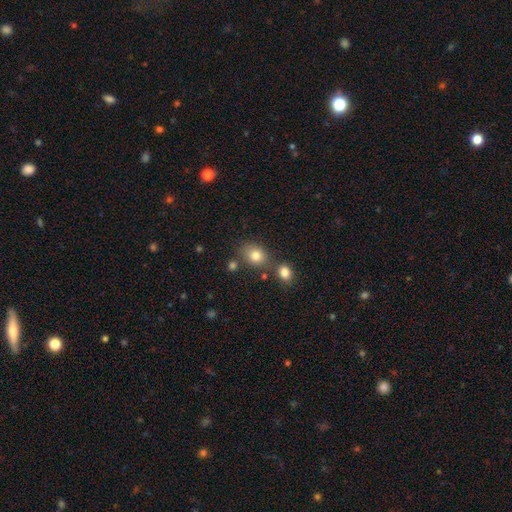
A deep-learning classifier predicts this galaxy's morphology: Smooth or featured: smooth — 80% (star or artifact — 11%)
How rounded: round — 50% (in between — 49%)
Merging: none — 65% (merger — 17%)